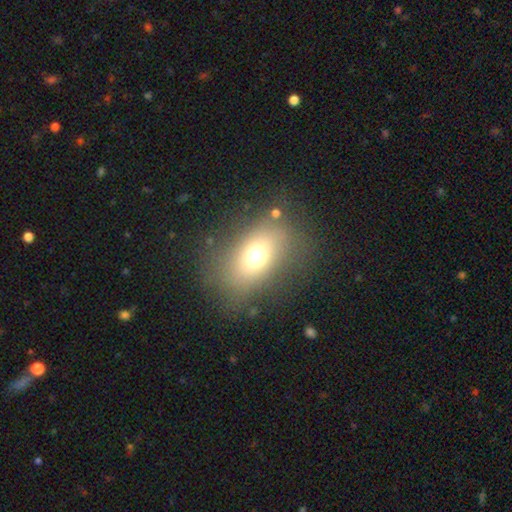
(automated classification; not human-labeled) Overall: smooth (68%). How rounded: in between (75%). Merging: none (76%).